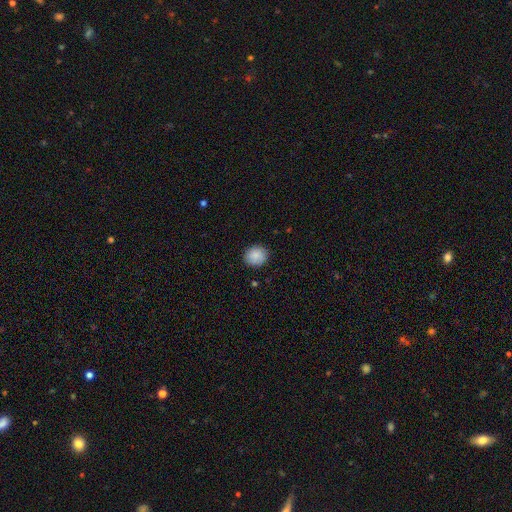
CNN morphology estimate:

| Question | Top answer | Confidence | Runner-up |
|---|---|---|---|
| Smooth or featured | smooth | 87% | star or artifact (7%) |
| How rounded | round | 78% | in between (21%) |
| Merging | none | 86% | minor disturbance (11%) |